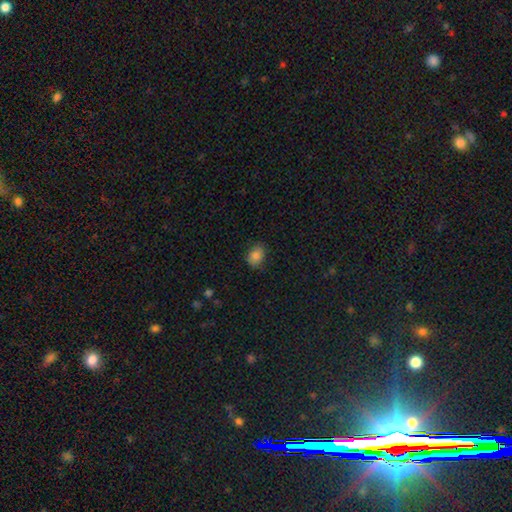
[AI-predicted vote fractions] A smooth galaxy with no disk features (84%) that is in between round and cigar-shaped (58%). Merging: none (78%).